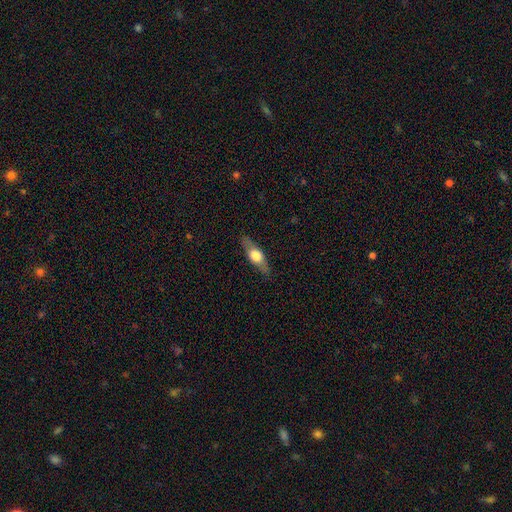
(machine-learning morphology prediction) This appears to be a featured or disk galaxy (49%). Merging: none (85%).